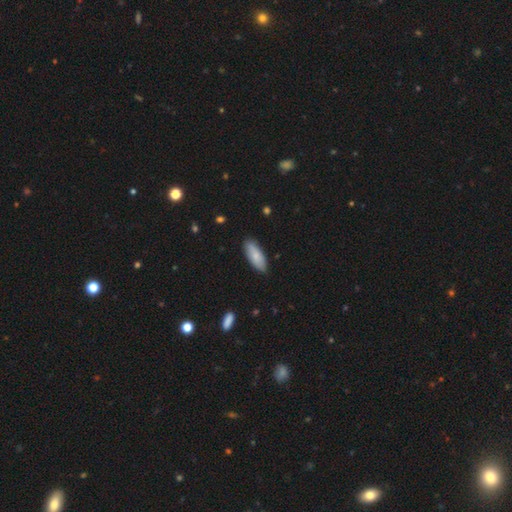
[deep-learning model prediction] Q: Smooth or featured?
A: smooth (81%); runner-up: featured or disk (13%)
Q: How rounded?
A: in between (77%); runner-up: cigar-shaped (22%)
Q: Merging?
A: none (86%); runner-up: minor disturbance (11%)